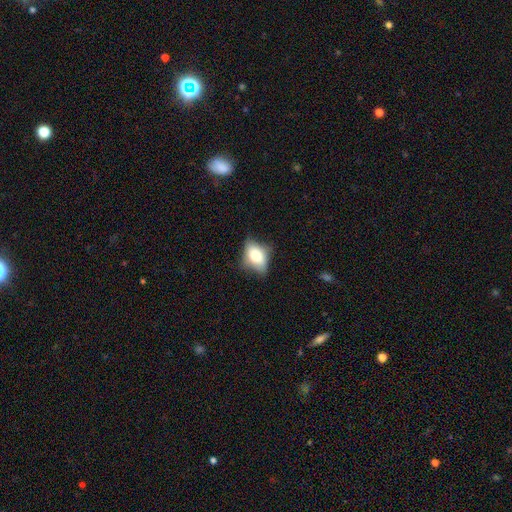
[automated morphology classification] A smooth galaxy with no disk features (68%) that is in between round and cigar-shaped (82%).

Vote fractions:
- Smooth or featured? smooth: 68% / featured or disk: 23% / star or artifact: 9%
- How rounded? in between: 82% / round: 15% / cigar-shaped: 3%
- Merging? none: 54% / minor disturbance: 31% / major disturbance: 12% / merger: 2%